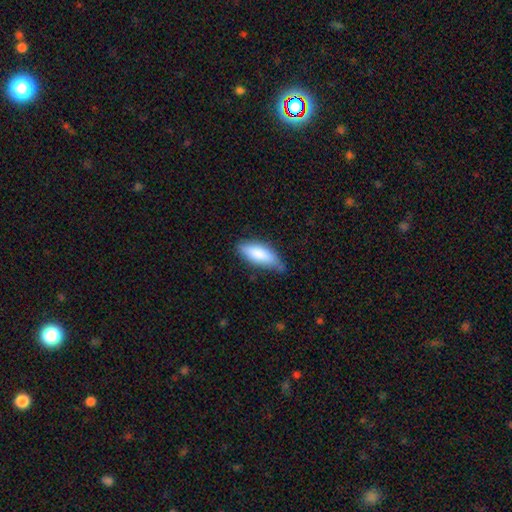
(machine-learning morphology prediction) Q: Smooth or featured?
A: smooth (81%); runner-up: featured or disk (13%)
Q: How rounded?
A: in between (70%); runner-up: cigar-shaped (28%)
Q: Merging?
A: none (63%); runner-up: minor disturbance (29%)